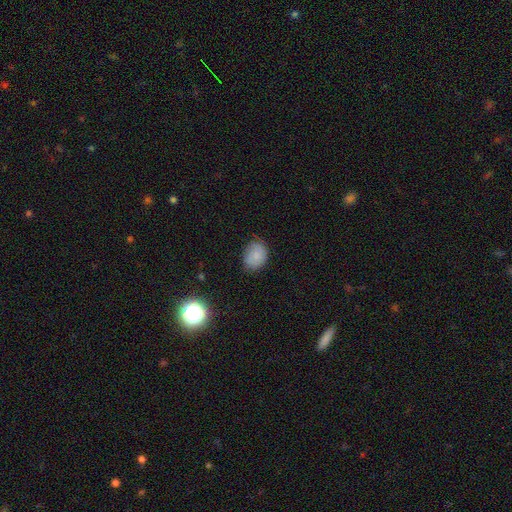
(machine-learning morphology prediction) A smooth galaxy with no disk features (82%) that is in between round and cigar-shaped (63%). Merging: none (73%).